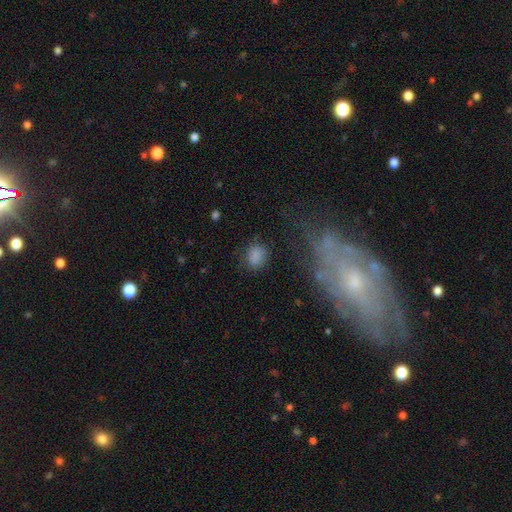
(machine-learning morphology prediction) Smooth or featured? Predicted: smooth (p=0.82). How rounded? Predicted: in between (p=0.51). Merging? Predicted: none (p=0.74).